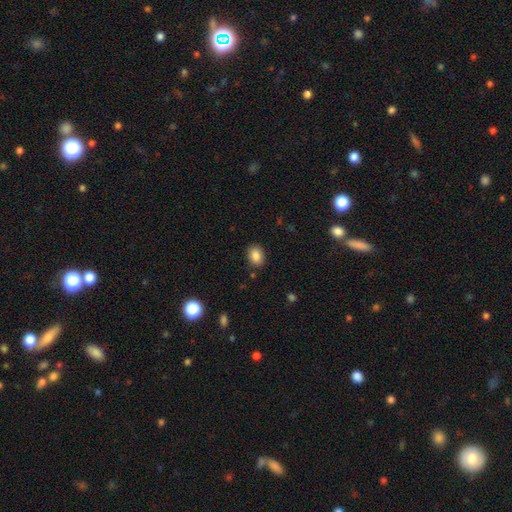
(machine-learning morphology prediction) Overall: smooth (86%). How rounded: in between (65%; round 34%). Merging: none (87%).